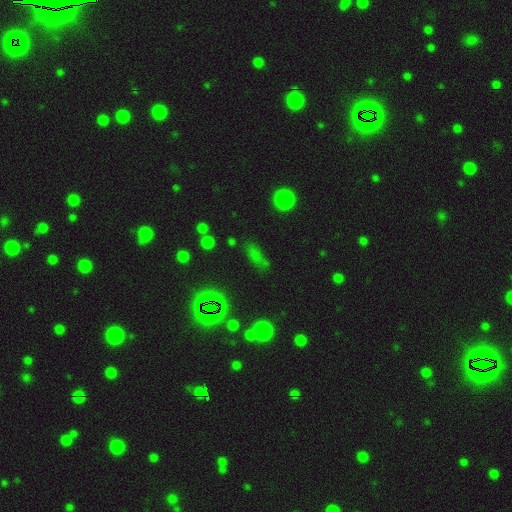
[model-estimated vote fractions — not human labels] This is possibly a smooth galaxy (53%). How rounded: possibly in between (55%). Merging: likely none (70%).